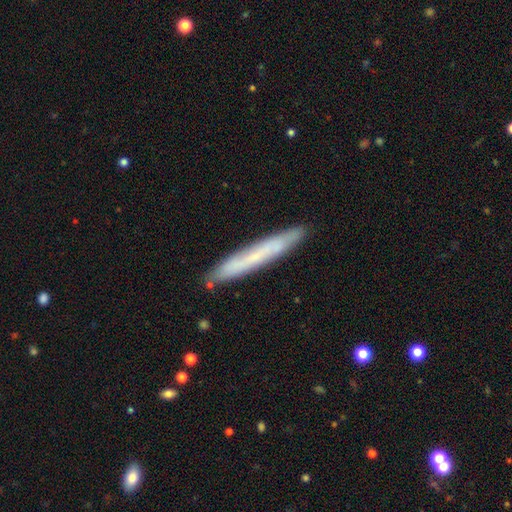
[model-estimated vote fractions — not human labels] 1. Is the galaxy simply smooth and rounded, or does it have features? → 50% smooth, 42% featured or disk, 7% star or artifact.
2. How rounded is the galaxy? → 96% cigar-shaped, 3% in between, 1% round.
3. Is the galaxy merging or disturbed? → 87% none, 10% minor disturbance, 2% major disturbance, 2% merger.